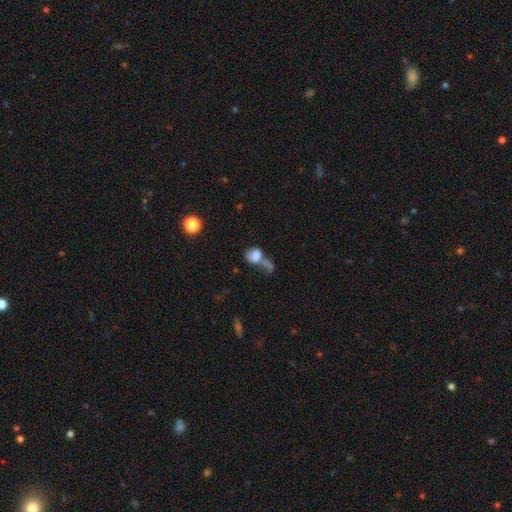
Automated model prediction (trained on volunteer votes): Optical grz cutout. It shows a smooth galaxy with no disk features (74%) that is round (51%). Merging: merger (50%).